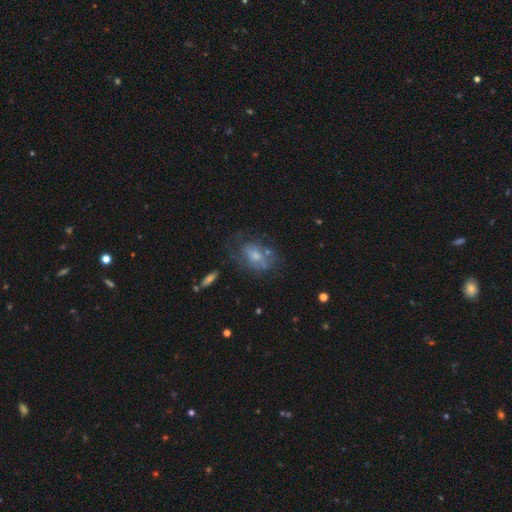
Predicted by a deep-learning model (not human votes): This is possibly a featured or disk galaxy (53%). It is clearly not viewed edge-on (94%). Bar: likely no (73%). Spiral arm pattern: possibly no (54%). Central bulge: marginally moderate (44%). Merging: marginally none (44%).